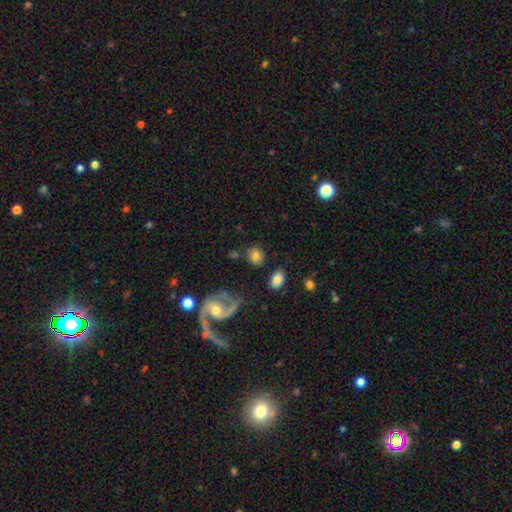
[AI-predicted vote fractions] Q: Smooth or featured?
A: smooth (72%); runner-up: featured or disk (18%)
Q: How rounded?
A: round (68%); runner-up: in between (31%)
Q: Merging?
A: none (75%); runner-up: minor disturbance (13%)